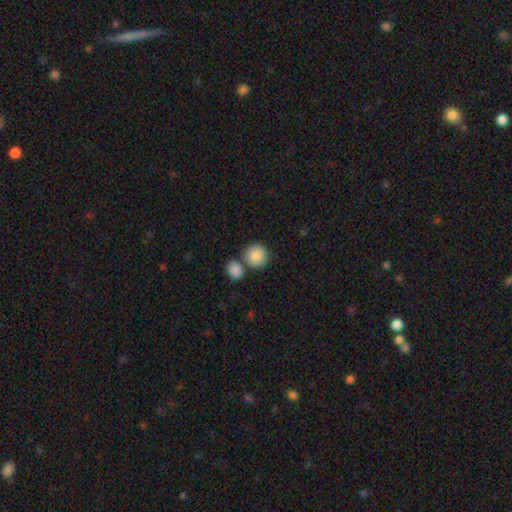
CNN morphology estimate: Smooth or featured?
  - smooth: 87% *
  - star or artifact: 7%
  - featured or disk: 6%
How rounded?
  - round: 91% *
  - in between: 8%
  - cigar-shaped: 1%
Merging?
  - none: 68% *
  - merger: 21%
  - minor disturbance: 8%
  - major disturbance: 3%